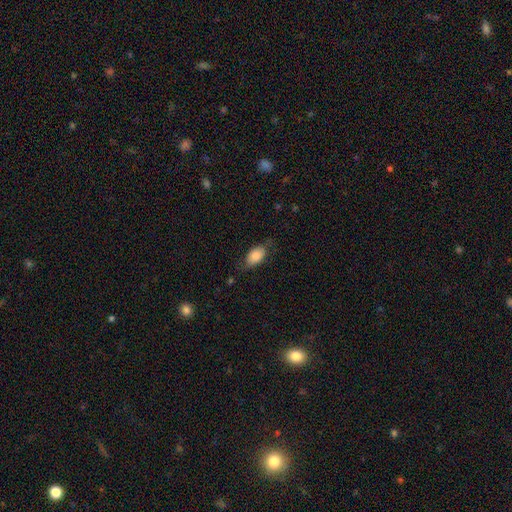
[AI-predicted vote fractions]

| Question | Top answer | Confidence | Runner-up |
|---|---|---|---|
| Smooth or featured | smooth | 82% | featured or disk (11%) |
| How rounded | in between | 91% | round (5%) |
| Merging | none | 69% | minor disturbance (23%) |